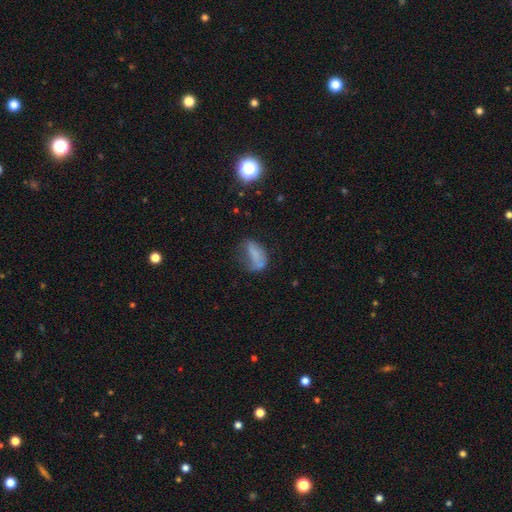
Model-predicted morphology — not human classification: A smooth galaxy with no disk features (61%) that is in between round and cigar-shaped (77%).

Vote fractions:
- Smooth or featured? smooth: 61% / featured or disk: 24% / star or artifact: 14%
- How rounded? in between: 77% / cigar-shaped: 16% / round: 8%
- Merging? none: 33% / major disturbance: 30% / minor disturbance: 28% / merger: 8%